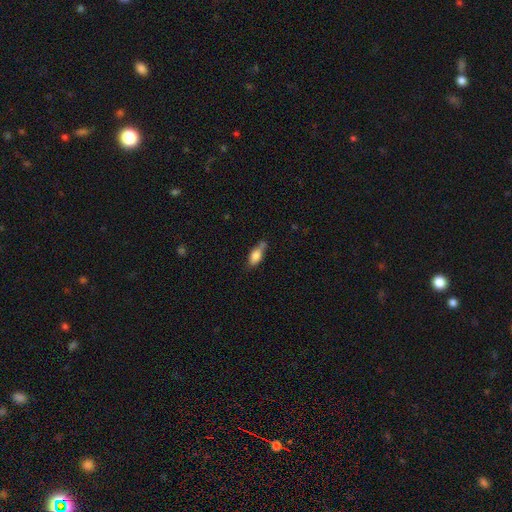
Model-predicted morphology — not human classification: Smooth or featured: smooth — 78% (featured or disk — 14%)
How rounded: in between — 81% (cigar-shaped — 15%)
Merging: none — 49% (minor disturbance — 26%)